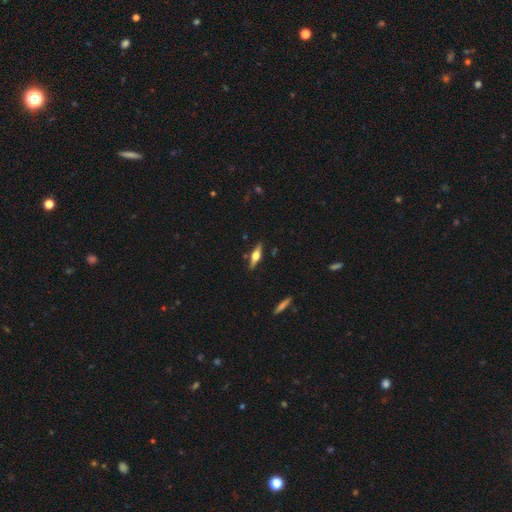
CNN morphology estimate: Smooth or featured?
  - featured or disk: 64% *
  - smooth: 29%
  - star or artifact: 7%
Edge-on disk?
  - yes: 96% *
  - no: 4%
Edge-on bulge?
  - rounded: 94% *
  - boxy: 5%
  - none: 2%
Merging?
  - none: 87% *
  - minor disturbance: 9%
  - major disturbance: 2%
  - merger: 2%